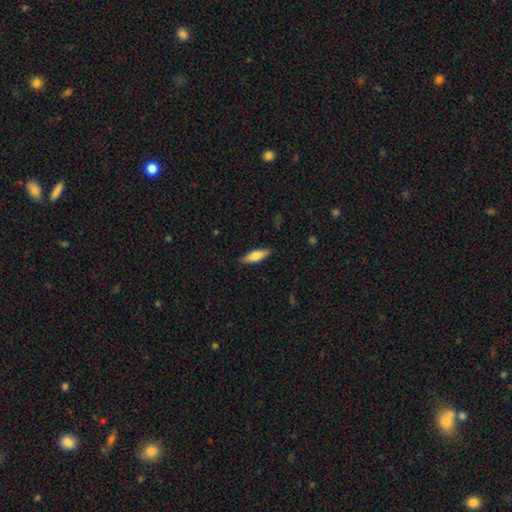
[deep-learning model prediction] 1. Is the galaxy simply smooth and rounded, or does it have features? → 75% smooth, 20% featured or disk, 6% star or artifact.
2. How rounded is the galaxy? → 51% cigar-shaped, 47% in between, 2% round.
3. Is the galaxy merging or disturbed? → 87% none, 10% minor disturbance, 2% major disturbance, 1% merger.